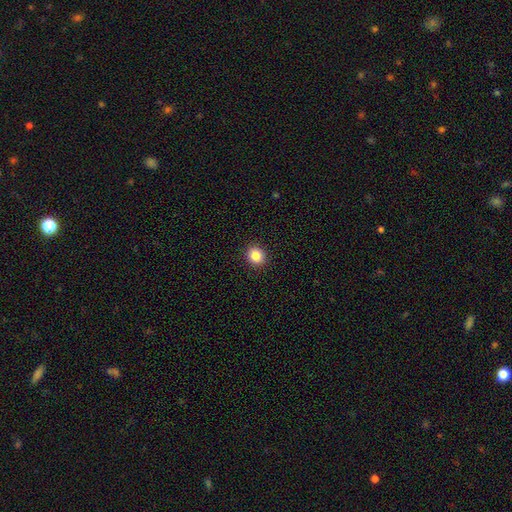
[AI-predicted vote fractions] This appears to be a smooth galaxy with no disk features (86%) that is round (79%). Merging: none (92%).